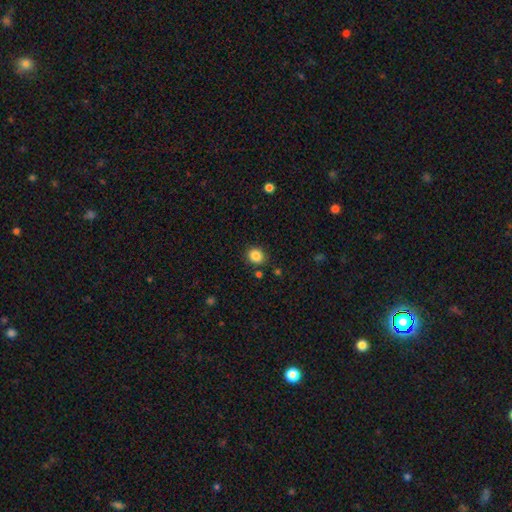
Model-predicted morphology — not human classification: smooth_or_featured: smooth (p=0.85) [alt: star or artifact p=0.10]
how_rounded: round (p=0.72) [alt: in between p=0.27]
merging: none (p=0.86) [alt: minor disturbance p=0.09]